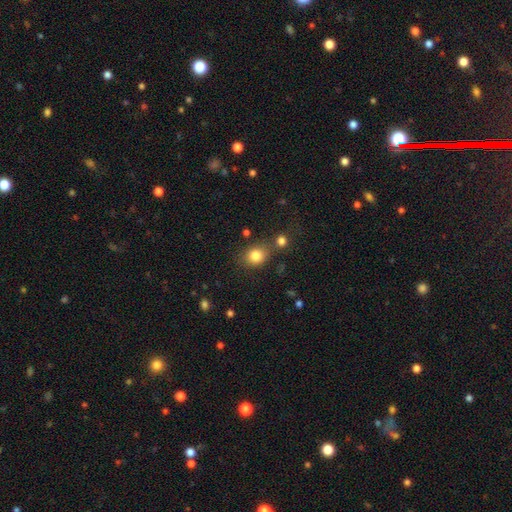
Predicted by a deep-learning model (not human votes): A smooth galaxy with no disk features (82%) that is round (60%). Merging: none (67%).